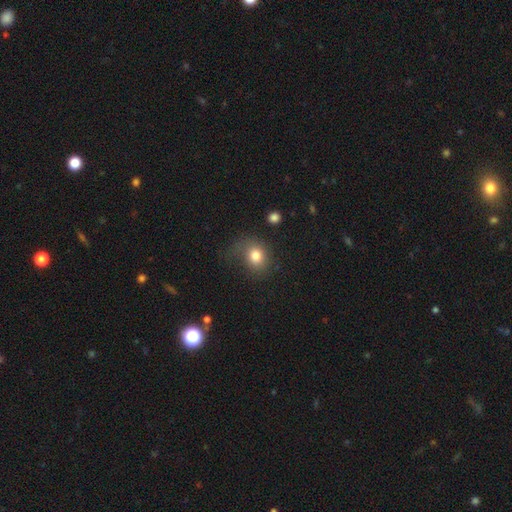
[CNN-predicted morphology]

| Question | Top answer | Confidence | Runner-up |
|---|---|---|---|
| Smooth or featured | smooth | 79% | star or artifact (11%) |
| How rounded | round | 64% | in between (35%) |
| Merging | none | 57% | minor disturbance (23%) |